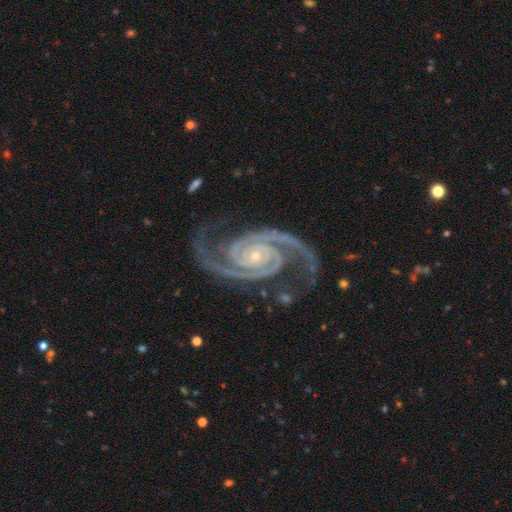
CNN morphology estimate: Q: Smooth or featured?
A: featured or disk (95%); runner-up: star or artifact (4%)
Q: Edge-on disk?
A: no (98%); runner-up: yes (2%)
Q: Bar?
A: no (69%); runner-up: weak (18%)
Q: Spiral arms?
A: yes (99%); runner-up: no (1%)
Q: Spiral winding?
A: tight (54%); runner-up: medium (40%)
Q: Spiral arm count?
A: 2 (90%); runner-up: 3 (4%)
Q: Bulge size?
A: small (82%); runner-up: moderate (14%)
Q: Merging?
A: none (76%); runner-up: minor disturbance (16%)